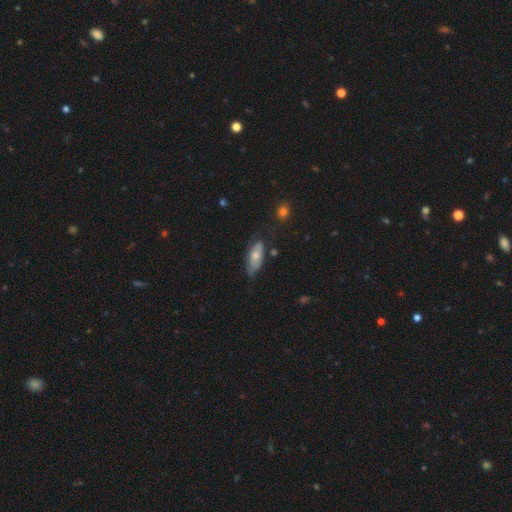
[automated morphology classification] type=smooth (60%); roundness=in between (80%); merging=none (59%).